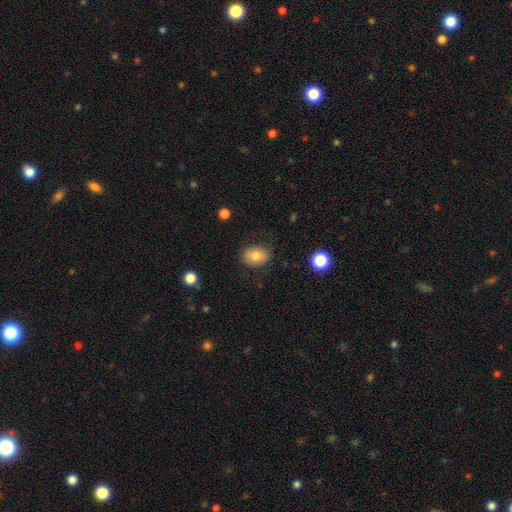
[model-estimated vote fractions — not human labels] Smooth or featured? smooth (78%)
How rounded? in between (68%)
Merging? none (82%)